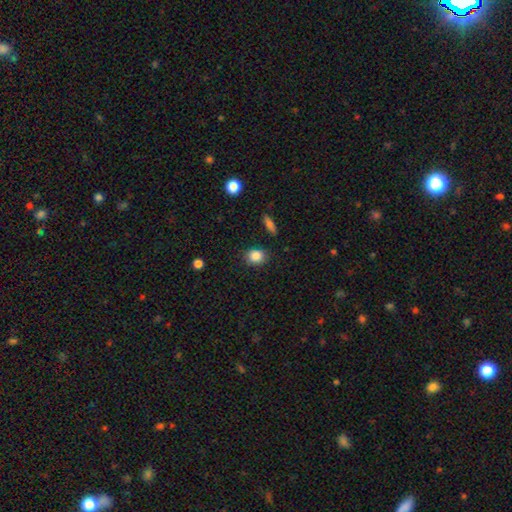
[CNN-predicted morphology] Overall: smooth (86%). How rounded: round (64%; in between 34%). Merging: none (83%).